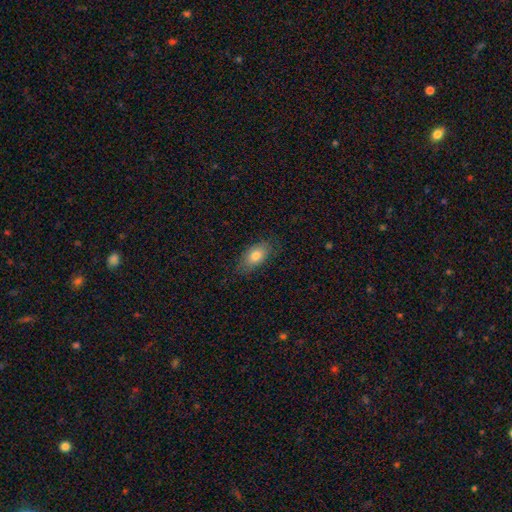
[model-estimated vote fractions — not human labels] Morphology: type=smooth (80%); roundness=in between (90%); merging=none (78%).